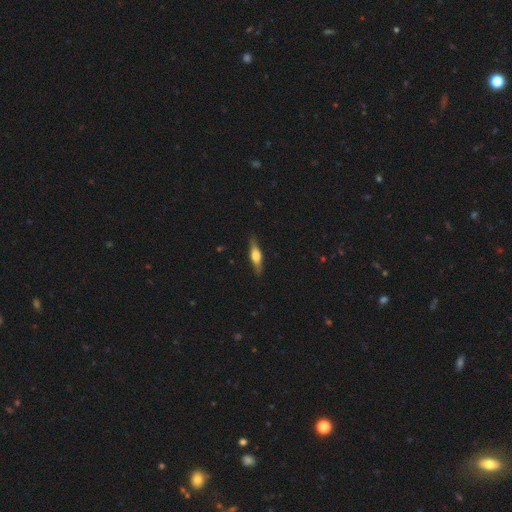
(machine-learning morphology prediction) Overall: featured or disk (58%; smooth 36%). Edge-on disk: yes (95%). Edge-on bulge: rounded (89%). Merging: none (87%).